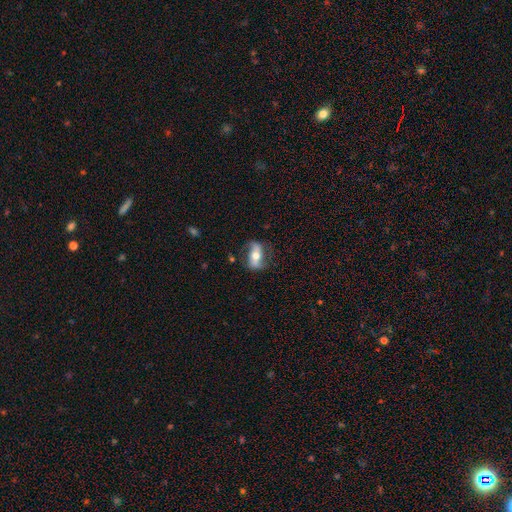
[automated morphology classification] A featured or disk galaxy (69%) with a strong bar (45%), 2 (88%) loose (51%) spiral arms (84%) and a moderate central bulge (69%). Merging: none (71%).